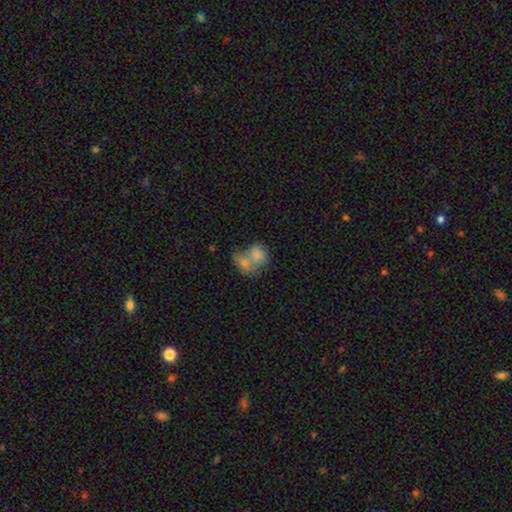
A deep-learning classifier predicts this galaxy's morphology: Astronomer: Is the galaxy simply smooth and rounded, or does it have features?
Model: smooth — 75%.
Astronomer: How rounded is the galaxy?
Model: in between — 49%, tied with round at 49%.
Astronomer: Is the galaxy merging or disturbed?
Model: merger — 71%.